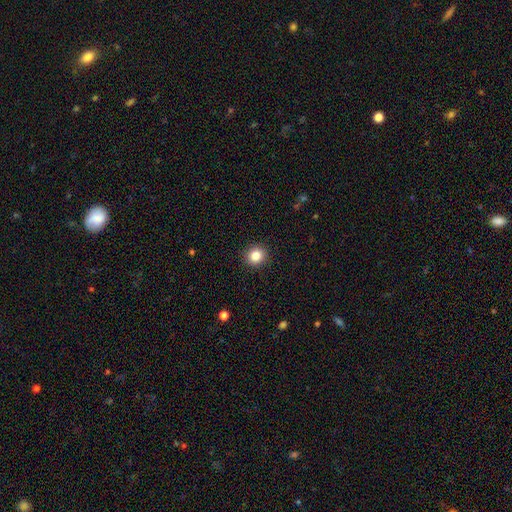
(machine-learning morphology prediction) Q: Smooth or featured?
A: smooth (85%); runner-up: star or artifact (10%)
Q: How rounded?
A: round (89%); runner-up: in between (10%)
Q: Merging?
A: none (92%); runner-up: minor disturbance (5%)